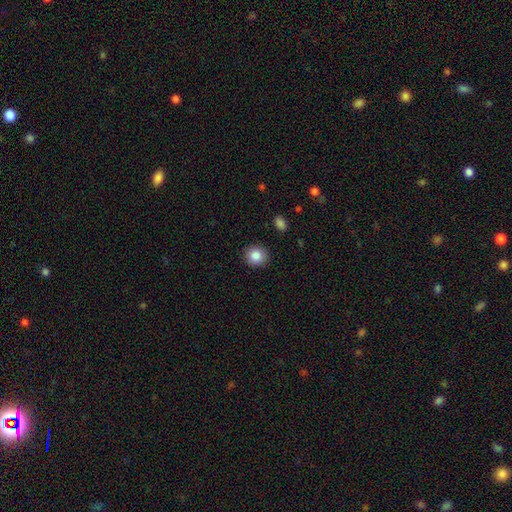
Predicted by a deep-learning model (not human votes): A smooth galaxy with no disk features (86%) that is round (84%).

Vote fractions:
- Smooth or featured? smooth: 86% / star or artifact: 9% / featured or disk: 5%
- How rounded? round: 84% / in between: 15% / cigar-shaped: 1%
- Merging? none: 89% / minor disturbance: 7% / major disturbance: 2% / merger: 1%